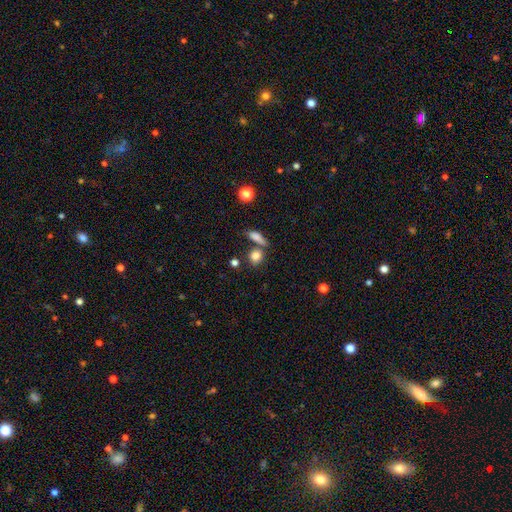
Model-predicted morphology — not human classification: smooth-or-featured: smooth: 82% | star or artifact: 10% | featured or disk: 8%
  how-rounded: round: 67% | in between: 27% | cigar-shaped: 6%
  merging: none: 62% | merger: 23% | minor disturbance: 11% | major disturbance: 4%